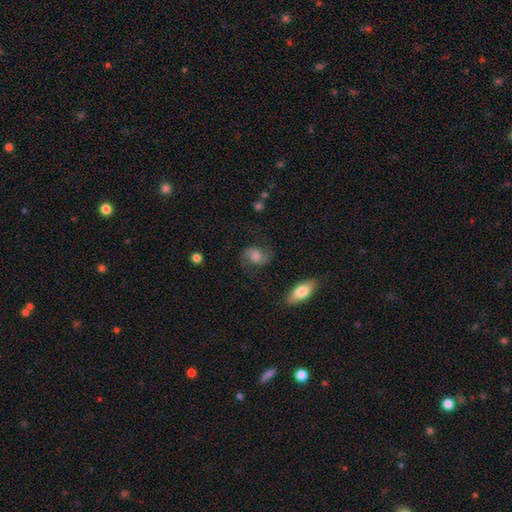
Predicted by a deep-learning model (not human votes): A featured or disk galaxy (60%) with no bar (61%), 2 (91%) medium (48%) spiral arms (92%) and a moderate central bulge (46%). Merging: none (73%).